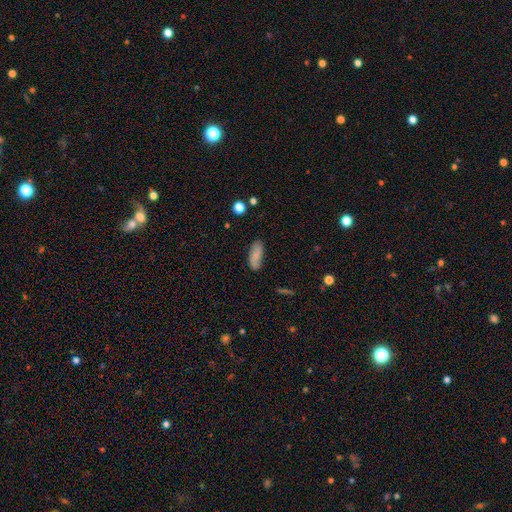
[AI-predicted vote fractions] The model was most divided on "how rounded": in between: 77%, cigar-shaped: 21%, round: 2%. More confident: smooth or featured — smooth (82%); merging — none (79%).